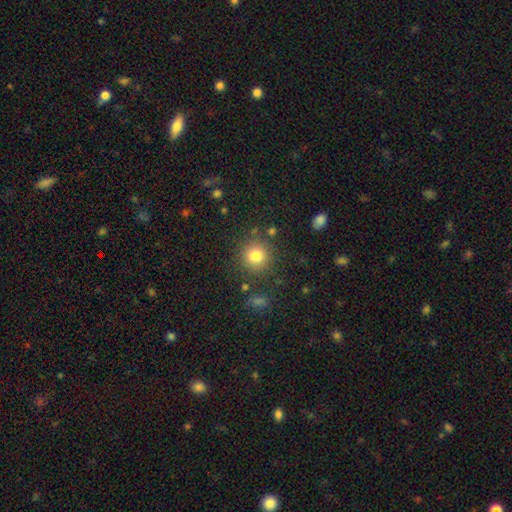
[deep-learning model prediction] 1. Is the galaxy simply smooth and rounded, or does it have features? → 81% smooth, 12% star or artifact, 7% featured or disk.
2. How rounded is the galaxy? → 92% round, 7% in between, 1% cigar-shaped.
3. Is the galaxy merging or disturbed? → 85% none, 8% minor disturbance, 4% merger, 4% major disturbance.